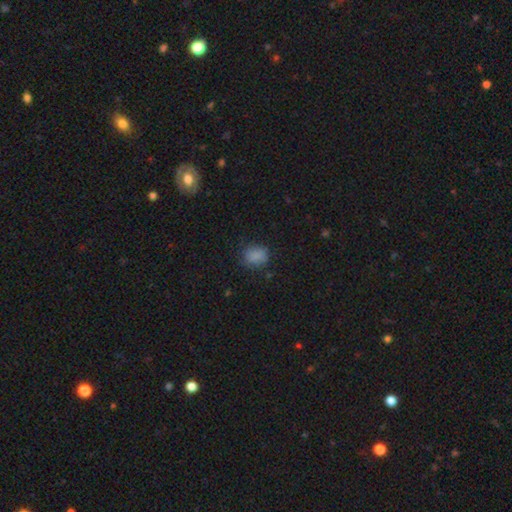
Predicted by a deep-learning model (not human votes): Q: Smooth or featured?
A: smooth (84%); runner-up: star or artifact (11%)
Q: How rounded?
A: round (53%); runner-up: in between (46%)
Q: Merging?
A: none (76%); runner-up: minor disturbance (18%)